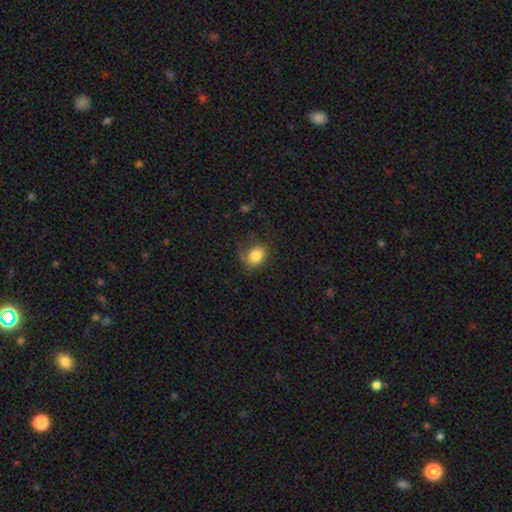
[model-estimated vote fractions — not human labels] Overall: smooth (81%). How rounded: in between (52%; round 47%). Merging: none (55%; minor disturbance 26%).